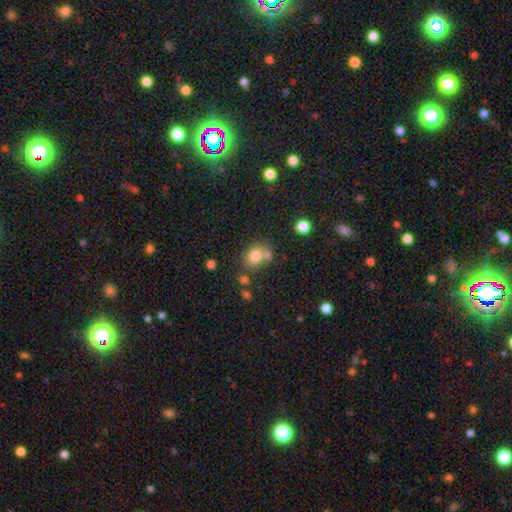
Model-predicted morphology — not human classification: Q: Smooth or featured?
A: smooth (77%); runner-up: star or artifact (12%)
Q: How rounded?
A: round (58%); runner-up: in between (41%)
Q: Merging?
A: none (52%); runner-up: merger (28%)